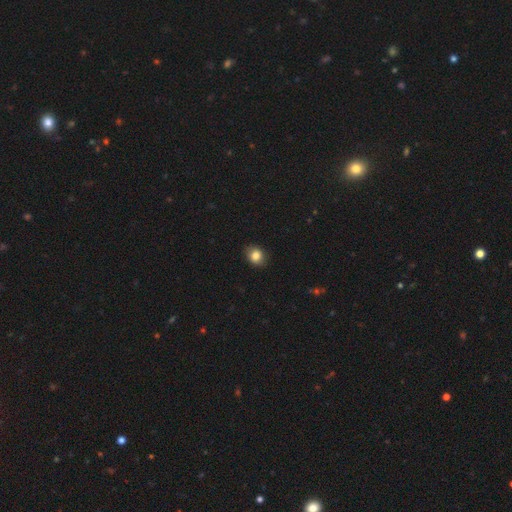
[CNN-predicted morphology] This is clearly a smooth galaxy (83%). How rounded: possibly round (60%). Merging: clearly none (85%).